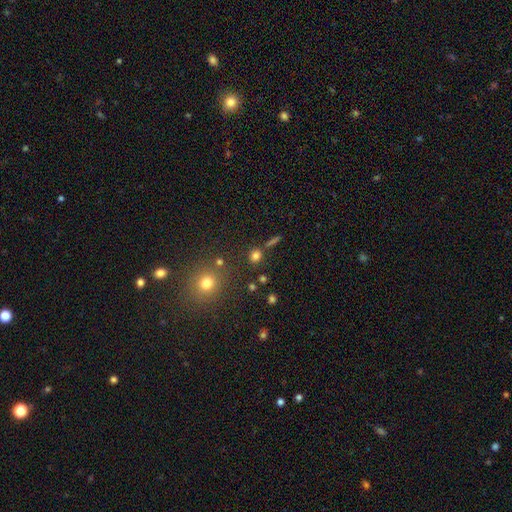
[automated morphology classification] The model was most divided on "how rounded": round: 76%, in between: 22%, cigar-shaped: 2%. More confident: merging — none (78%); smooth or featured — smooth (76%).